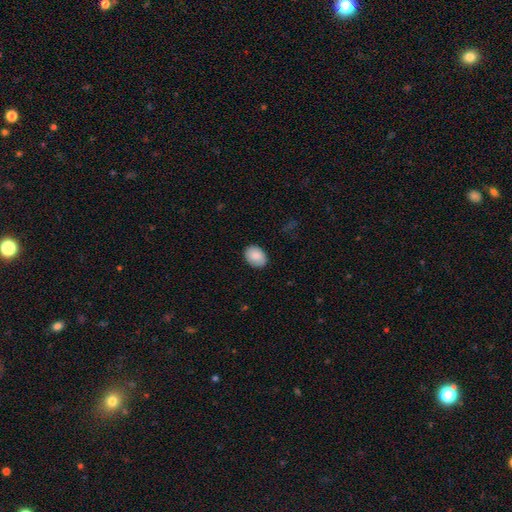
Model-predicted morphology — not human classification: The model was most divided on "how rounded": in between: 71%, round: 28%, cigar-shaped: 1%. More confident: smooth or featured — smooth (87%); merging — none (83%).